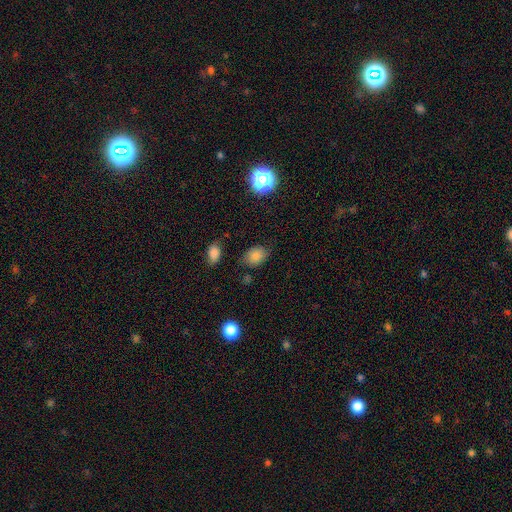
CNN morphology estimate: This appears to be a smooth galaxy with no disk features (82%) that is in between round and cigar-shaped (73%). Merging: none (74%).